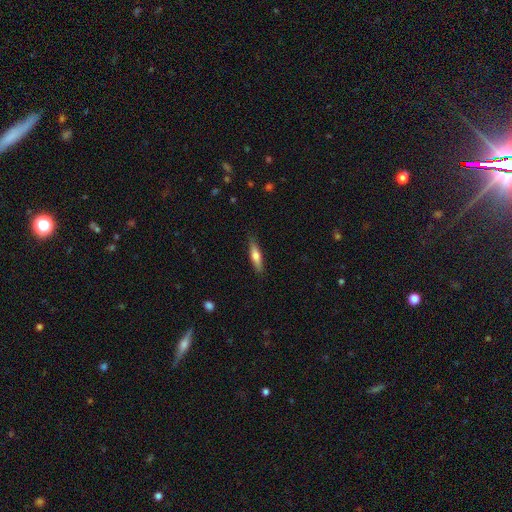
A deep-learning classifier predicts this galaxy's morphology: A smooth galaxy with no disk features (57%) that is cigar-shaped (77%). Merging: none (86%).